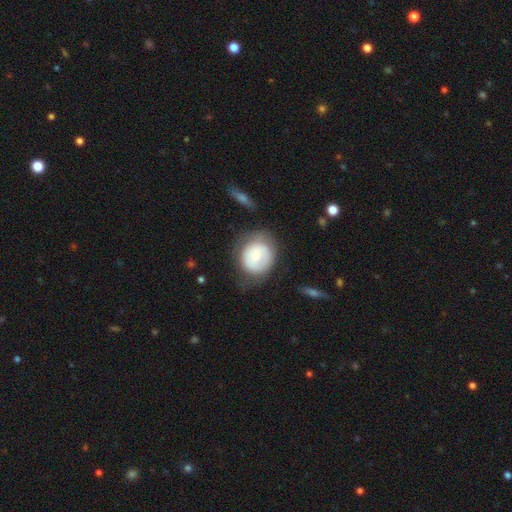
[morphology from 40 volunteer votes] Smooth or featured? 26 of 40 (65%) said smooth. How rounded? 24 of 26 (92%) said round. Merging? 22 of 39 (56%) said none.